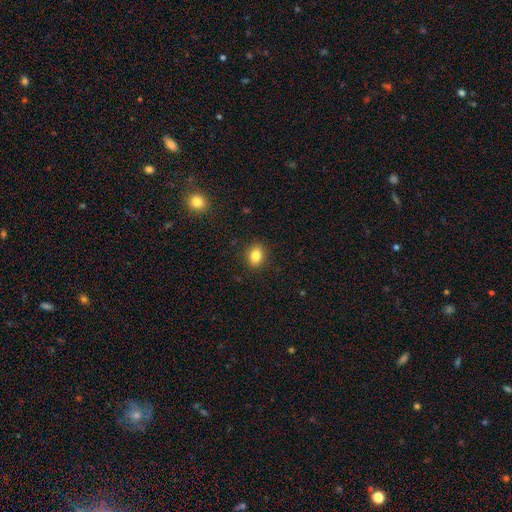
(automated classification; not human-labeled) Smooth or featured? smooth (83%)
How rounded? in between (56%)
Merging? none (90%)